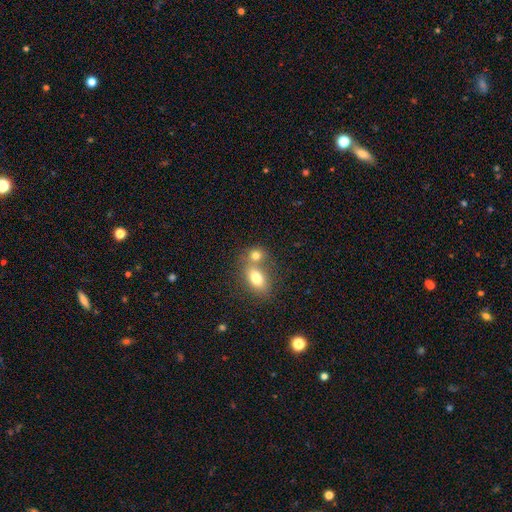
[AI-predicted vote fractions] Smooth or featured? Predicted: smooth (p=0.77). How rounded? Predicted: in between (p=0.56). Merging? Predicted: merger (p=0.54).